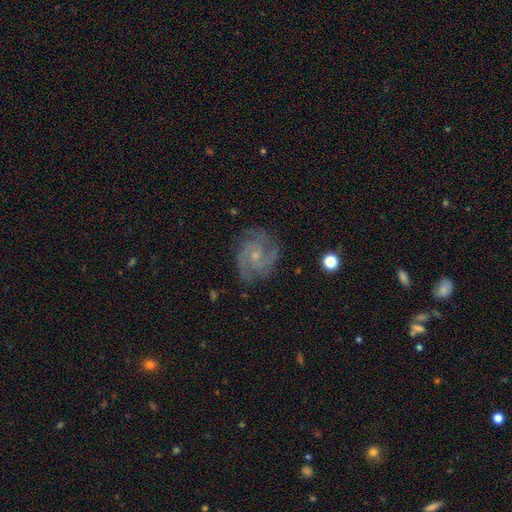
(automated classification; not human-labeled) This appears to be a featured or disk galaxy (88%) with no bar (68%), 3 (39%) tight (47%) spiral arms (98%) and a small central bulge (74%). Merging: none (78%).